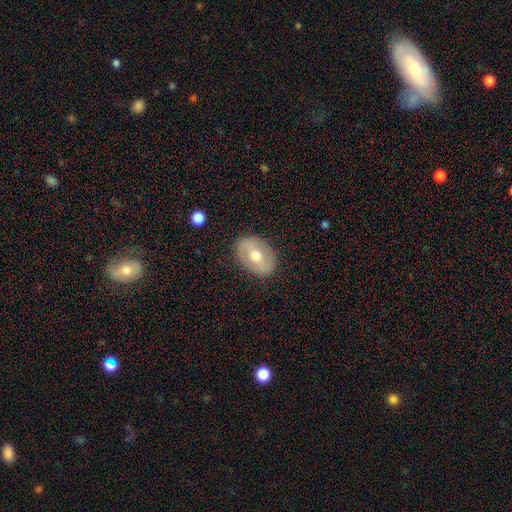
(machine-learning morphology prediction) Smooth or featured?
  - smooth: 50% *
  - featured or disk: 44%
  - star or artifact: 6%
How rounded?
  - in between: 81% *
  - round: 18%
  - cigar-shaped: 1%
Merging?
  - none: 84% *
  - minor disturbance: 11%
  - major disturbance: 3%
  - merger: 1%